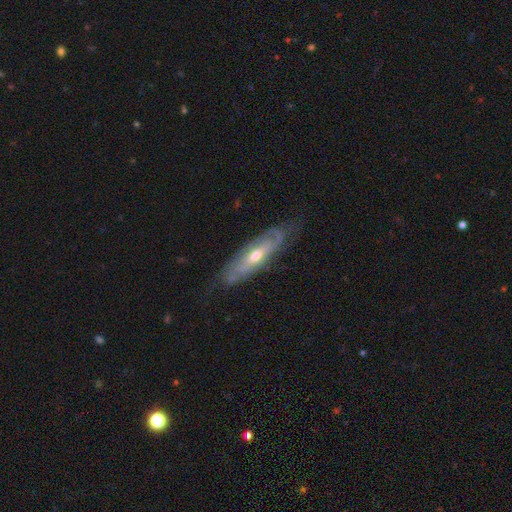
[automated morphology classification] type=featured or disk (72%); edge-on=no (67%); merging=none (69%).